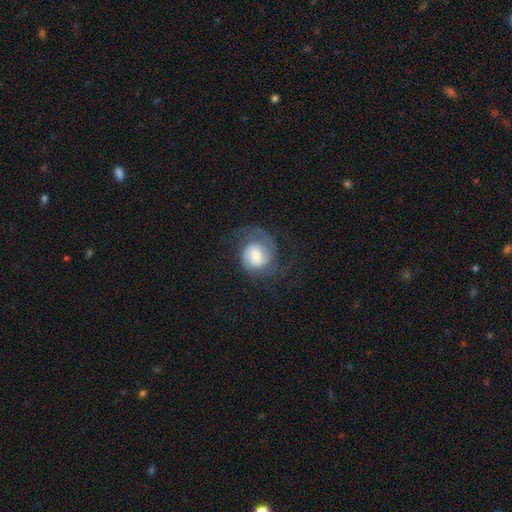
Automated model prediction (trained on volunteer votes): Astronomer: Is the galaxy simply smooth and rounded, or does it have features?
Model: featured or disk — 74%.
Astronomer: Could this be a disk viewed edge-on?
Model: no — 98%.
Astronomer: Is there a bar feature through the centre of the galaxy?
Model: no — 47% (runner-up: weak, 43%).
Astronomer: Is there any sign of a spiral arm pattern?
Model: yes — 93%.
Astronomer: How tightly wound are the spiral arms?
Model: medium — 44% (runner-up: tight, 32%).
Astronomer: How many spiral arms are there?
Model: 2 — 62%.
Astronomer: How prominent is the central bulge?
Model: moderate — 58%.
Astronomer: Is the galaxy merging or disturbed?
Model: none — 60%.